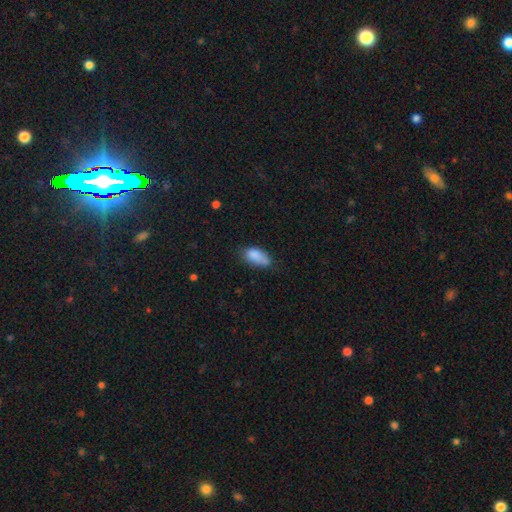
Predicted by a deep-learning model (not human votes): Smooth or featured? Predicted: smooth (p=0.85). How rounded? Predicted: in between (p=0.91). Merging? Predicted: none (p=0.53).